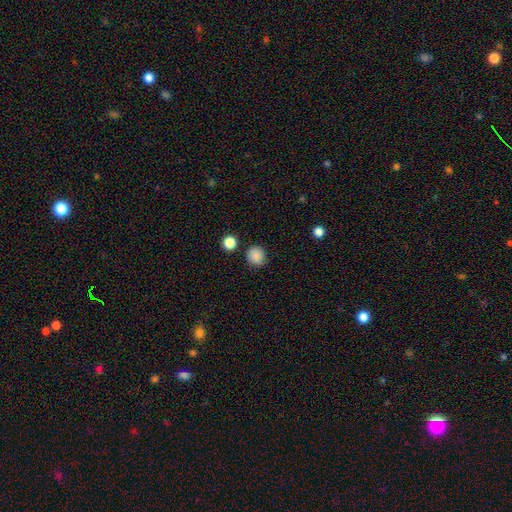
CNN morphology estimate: Overall: smooth (86%). How rounded: round (89%). Merging: none (84%).